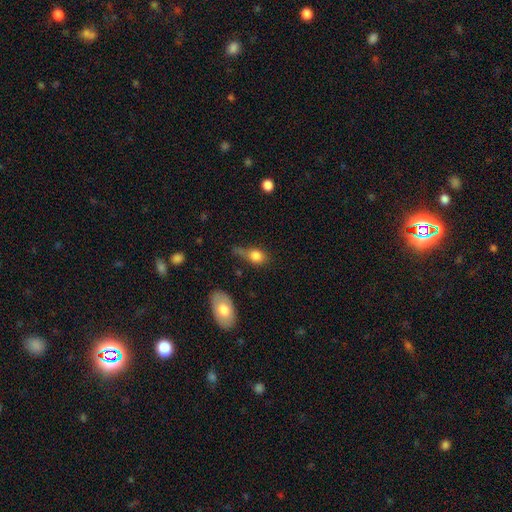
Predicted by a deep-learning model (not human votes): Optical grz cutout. It shows a smooth galaxy with no disk features (78%) that is in between round and cigar-shaped (61%). Merging: none (35%).